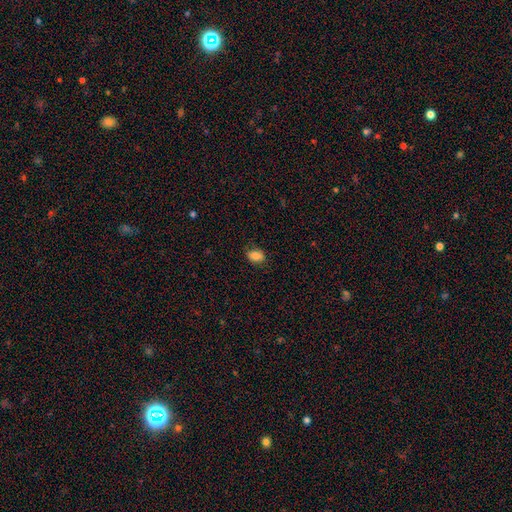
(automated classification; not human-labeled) smooth_or_featured: smooth (p=0.83) [alt: star or artifact p=0.10]
how_rounded: in between (p=0.72) [alt: round p=0.27]
merging: none (p=0.79) [alt: minor disturbance p=0.17]